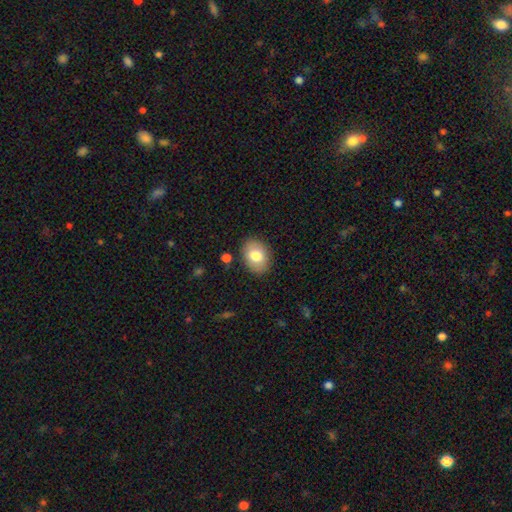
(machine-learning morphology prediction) A smooth galaxy with no disk features (78%) that is in between round and cigar-shaped (72%).

Vote fractions:
- Smooth or featured? smooth: 78% / featured or disk: 15% / star or artifact: 8%
- How rounded? in between: 72% / round: 28% / cigar-shaped: 1%
- Merging? none: 86% / minor disturbance: 10% / major disturbance: 3% / merger: 2%